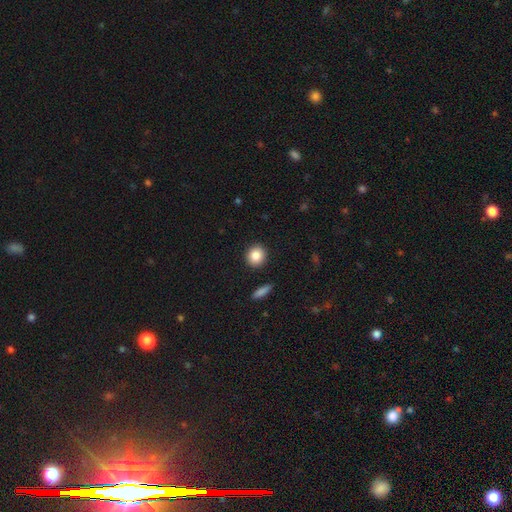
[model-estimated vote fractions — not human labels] Smooth or featured: smooth — 85% (star or artifact — 8%)
How rounded: round — 87% (in between — 11%)
Merging: none — 91% (minor disturbance — 6%)